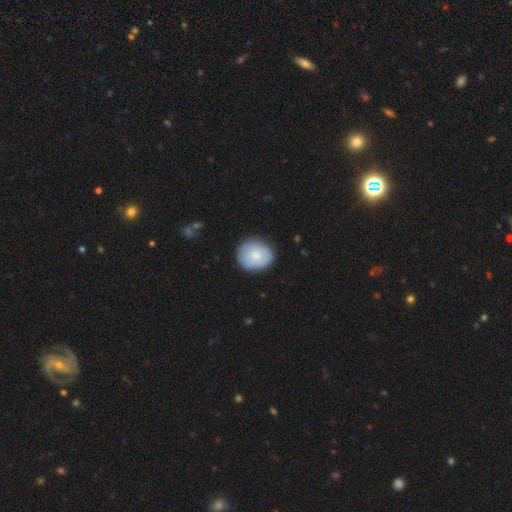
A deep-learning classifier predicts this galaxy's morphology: Q: Smooth or featured?
A: smooth (78%); runner-up: featured or disk (16%)
Q: How rounded?
A: round (73%); runner-up: in between (26%)
Q: Merging?
A: none (84%); runner-up: minor disturbance (12%)